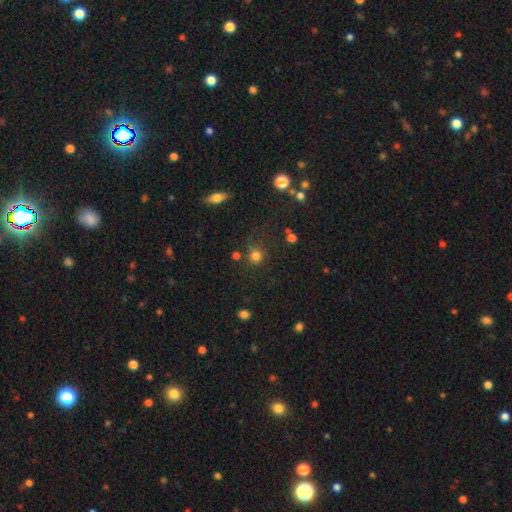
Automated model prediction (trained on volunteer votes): A smooth galaxy with no disk features (77%) that is round (90%).

Vote fractions:
- Smooth or featured? smooth: 77% / star or artifact: 16% / featured or disk: 7%
- How rounded? round: 90% / in between: 9% / cigar-shaped: 1%
- Merging? none: 70% / minor disturbance: 14% / major disturbance: 9% / merger: 7%